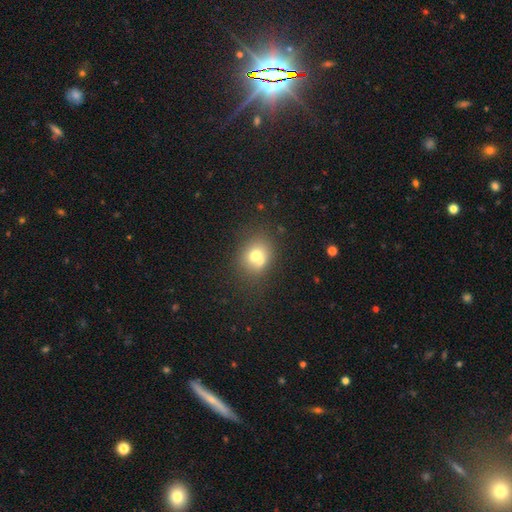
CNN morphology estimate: smooth_or_featured: smooth (p=0.68) [alt: featured or disk p=0.19]
how_rounded: round (p=0.67) [alt: in between p=0.32]
merging: none (p=0.49) [alt: merger p=0.32]